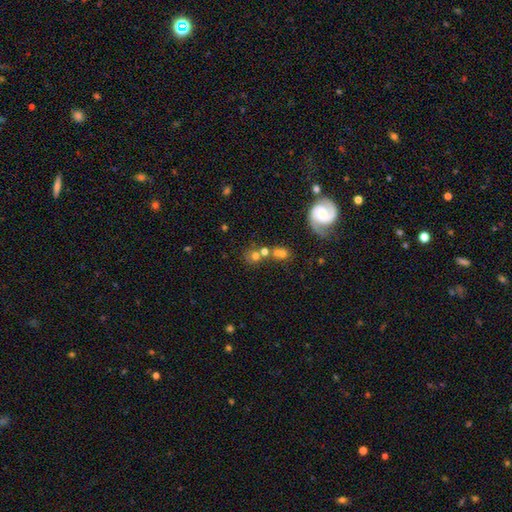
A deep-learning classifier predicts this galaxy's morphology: smooth_or_featured: smooth (p=0.60) [alt: star or artifact p=0.21]
how_rounded: round (p=0.81) [alt: in between p=0.17]
merging: none (p=0.47) [alt: merger p=0.36]